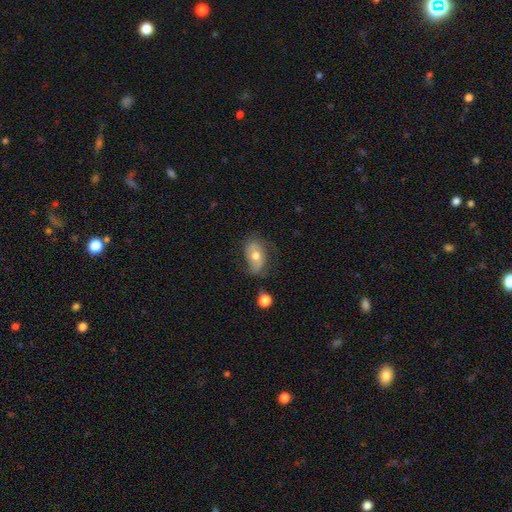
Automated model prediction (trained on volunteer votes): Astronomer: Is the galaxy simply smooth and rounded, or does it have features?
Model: smooth — 51% (runner-up: featured or disk, 40%).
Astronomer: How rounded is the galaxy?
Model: in between — 80%.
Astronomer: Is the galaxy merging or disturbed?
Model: none — 51% (runner-up: minor disturbance, 30%).